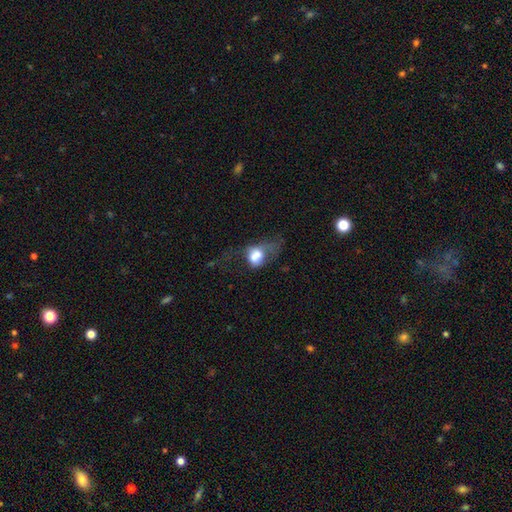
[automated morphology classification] Smooth or featured?
  - smooth: 63% *
  - featured or disk: 26%
  - star or artifact: 10%
How rounded?
  - in between: 63% *
  - round: 35%
  - cigar-shaped: 2%
Merging?
  - major disturbance: 53% *
  - minor disturbance: 17%
  - none: 16%
  - merger: 15%